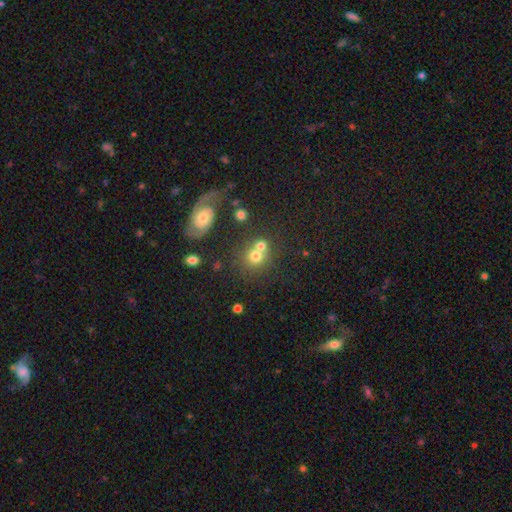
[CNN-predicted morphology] This appears to be a smooth galaxy with no disk features (50%) that is round (76%). Merging: none (57%).